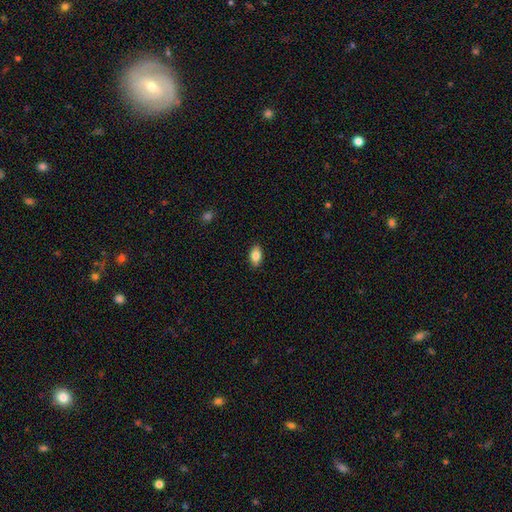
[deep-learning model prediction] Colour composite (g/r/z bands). It shows a smooth galaxy with no disk features (84%) that is in between round and cigar-shaped (91%). Merging: none (89%).